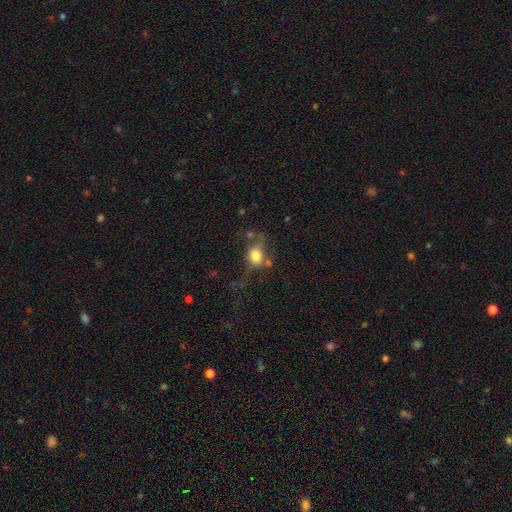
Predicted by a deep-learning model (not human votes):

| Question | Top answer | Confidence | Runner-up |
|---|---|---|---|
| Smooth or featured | smooth | 71% | featured or disk (18%) |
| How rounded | round | 55% | in between (43%) |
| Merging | none | 42% | minor disturbance (23%) |